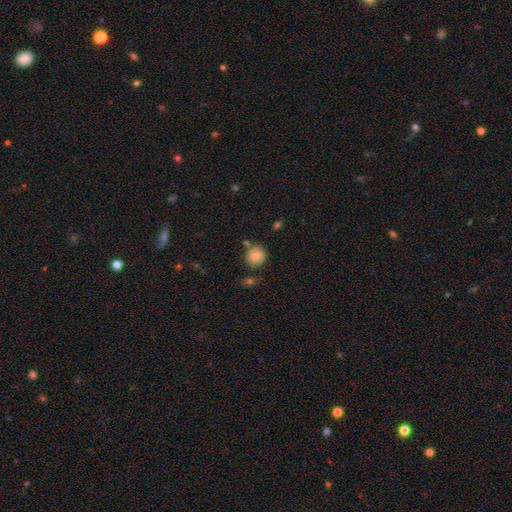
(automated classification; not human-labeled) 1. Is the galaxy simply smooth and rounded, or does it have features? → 79% smooth, 12% featured or disk, 9% star or artifact.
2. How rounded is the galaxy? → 87% round, 12% in between, 1% cigar-shaped.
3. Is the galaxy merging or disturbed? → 72% none, 17% minor disturbance, 8% merger, 4% major disturbance.